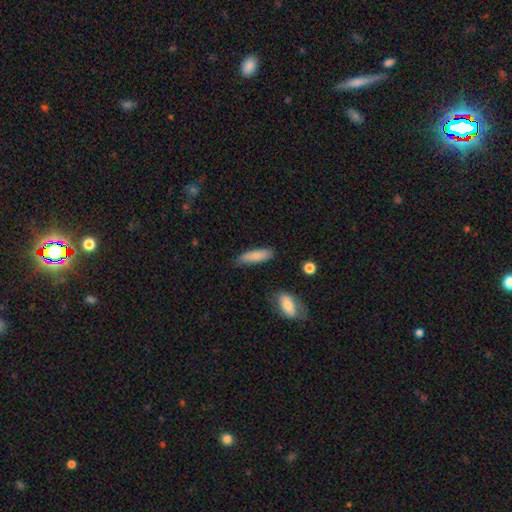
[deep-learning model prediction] smooth-or-featured: smooth: 82% | featured or disk: 12% | star or artifact: 6%
  how-rounded: cigar-shaped: 51% | in between: 47% | round: 2%
  merging: none: 77% | minor disturbance: 17% | major disturbance: 3% | merger: 3%